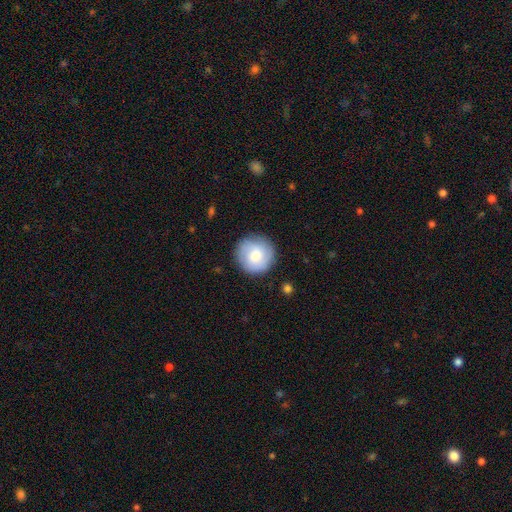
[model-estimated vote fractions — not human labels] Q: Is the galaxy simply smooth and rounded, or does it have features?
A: smooth — 69%.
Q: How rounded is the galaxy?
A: round — 94%.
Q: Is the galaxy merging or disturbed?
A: none — 86%.